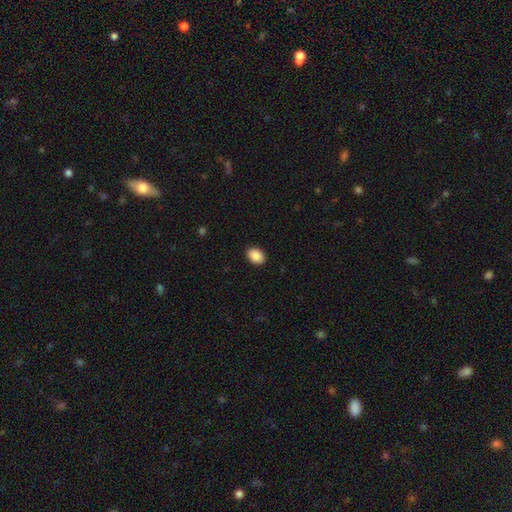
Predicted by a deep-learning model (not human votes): smooth-or-featured: smooth: 90% | star or artifact: 7% | featured or disk: 3%
  how-rounded: in between: 74% | round: 25% | cigar-shaped: 1%
  merging: none: 91% | minor disturbance: 6% | major disturbance: 2% | merger: 1%